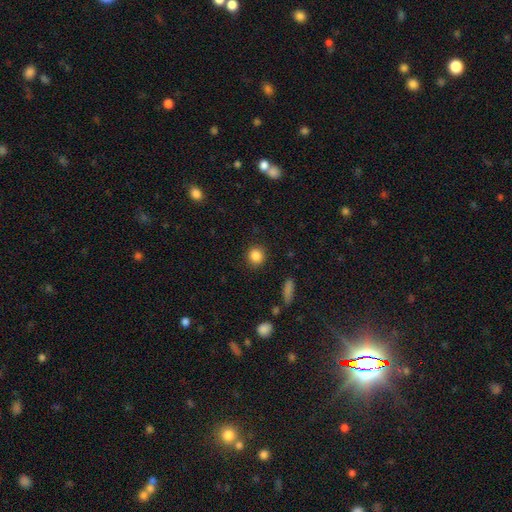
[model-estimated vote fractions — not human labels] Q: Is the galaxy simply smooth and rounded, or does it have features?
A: smooth — 86%.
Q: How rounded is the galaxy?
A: round — 87%.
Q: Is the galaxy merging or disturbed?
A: none — 89%.